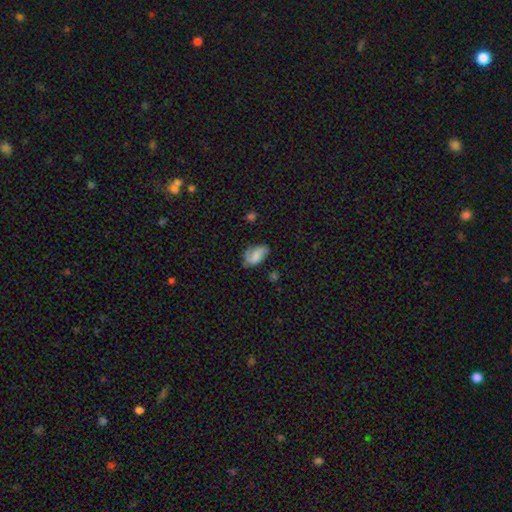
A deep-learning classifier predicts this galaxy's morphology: Smooth or featured?
  - smooth: 52% *
  - featured or disk: 39%
  - star or artifact: 9%
How rounded?
  - in between: 90% *
  - round: 8%
  - cigar-shaped: 3%
Merging?
  - none: 50% *
  - minor disturbance: 30%
  - major disturbance: 17%
  - merger: 3%